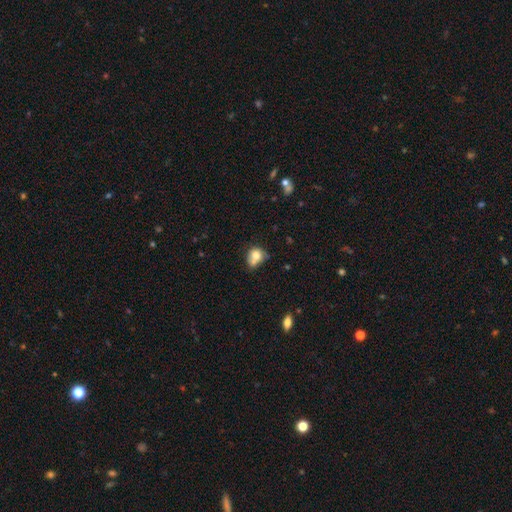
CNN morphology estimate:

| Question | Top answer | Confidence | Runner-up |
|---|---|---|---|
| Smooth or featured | smooth | 73% | featured or disk (17%) |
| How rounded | round | 61% | in between (38%) |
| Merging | merger | 36% | none (33%) |